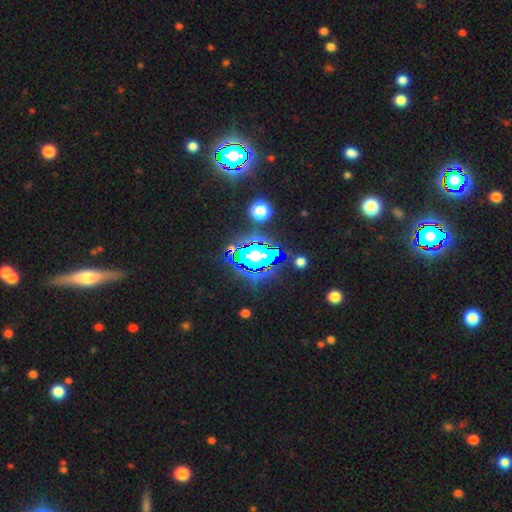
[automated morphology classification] smooth_or_featured: star or artifact (p=0.60) [alt: smooth p=0.22]